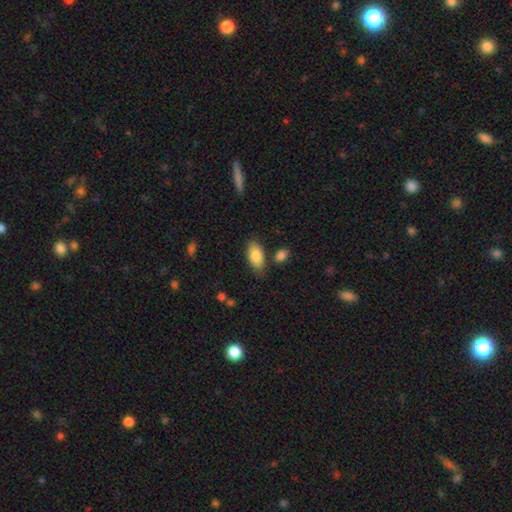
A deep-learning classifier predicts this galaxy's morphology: A smooth galaxy with no disk features (86%) that is in between round and cigar-shaped (92%).

Vote fractions:
- Smooth or featured? smooth: 86% / featured or disk: 8% / star or artifact: 6%
- How rounded? in between: 92% / cigar-shaped: 5% / round: 3%
- Merging? none: 77% / minor disturbance: 14% / merger: 6% / major disturbance: 3%